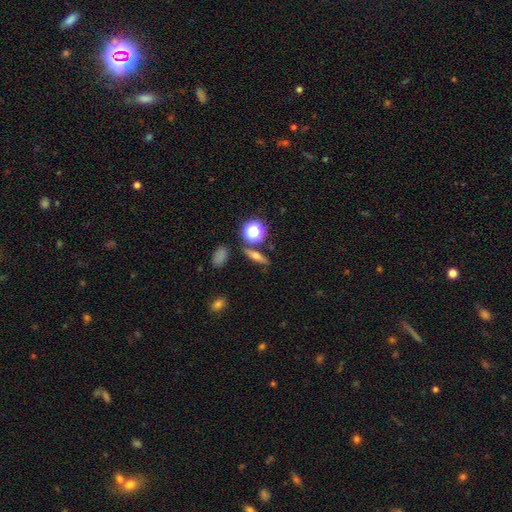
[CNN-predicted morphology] Overall: smooth (48%; featured or disk 36%). Merging: none (82%).